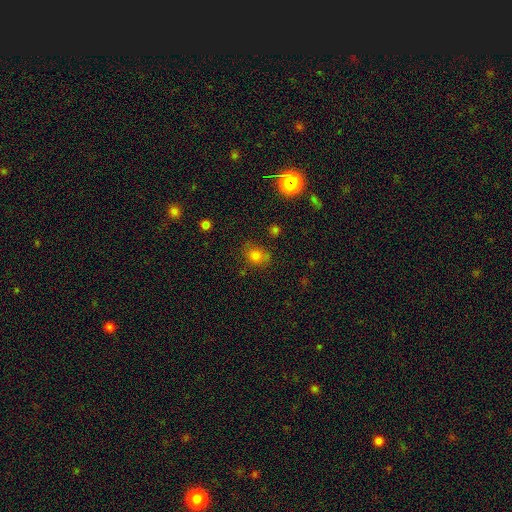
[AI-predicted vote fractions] smooth_or_featured: smooth (p=0.77) [alt: star or artifact p=0.16]
how_rounded: round (p=0.54) [alt: in between p=0.44]
merging: none (p=0.67) [alt: minor disturbance p=0.21]